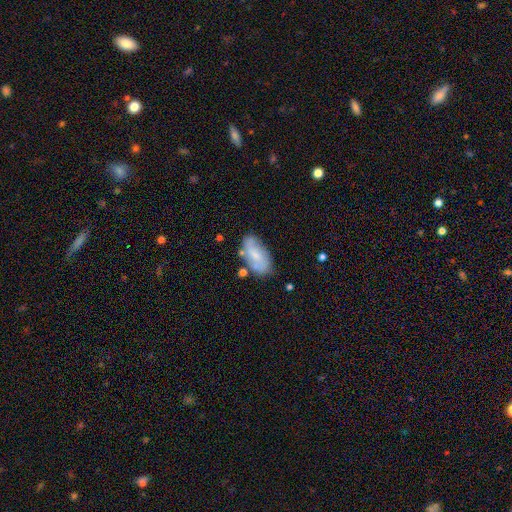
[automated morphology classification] A smooth galaxy with no disk features (52%) that is in between round and cigar-shaped (91%).

Vote fractions:
- Smooth or featured? smooth: 52% / featured or disk: 41% / star or artifact: 7%
- How rounded? in between: 91% / cigar-shaped: 5% / round: 4%
- Merging? none: 66% / minor disturbance: 21% / merger: 7% / major disturbance: 6%